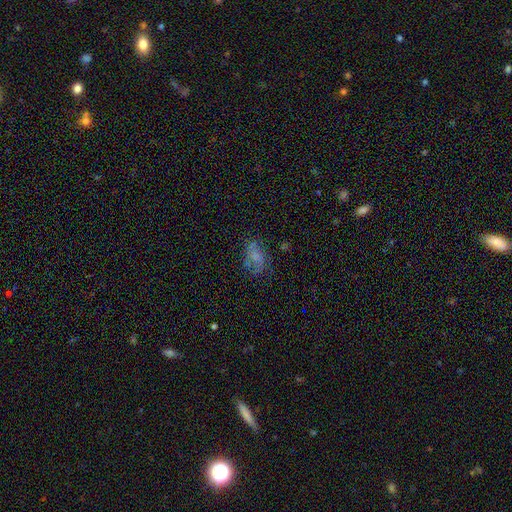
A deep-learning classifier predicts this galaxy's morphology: smooth_or_featured: smooth (p=0.44) [alt: featured or disk p=0.40]
merging: none (p=0.55) [alt: minor disturbance p=0.23]